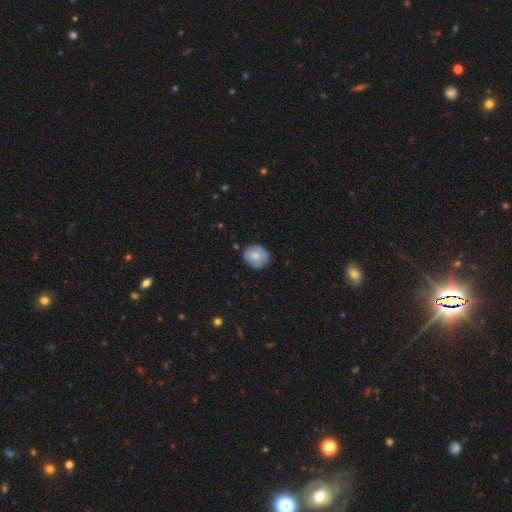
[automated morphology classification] Smooth or featured: smooth — 75% (featured or disk — 18%)
How rounded: round — 81% (in between — 19%)
Merging: none — 79% (minor disturbance — 17%)